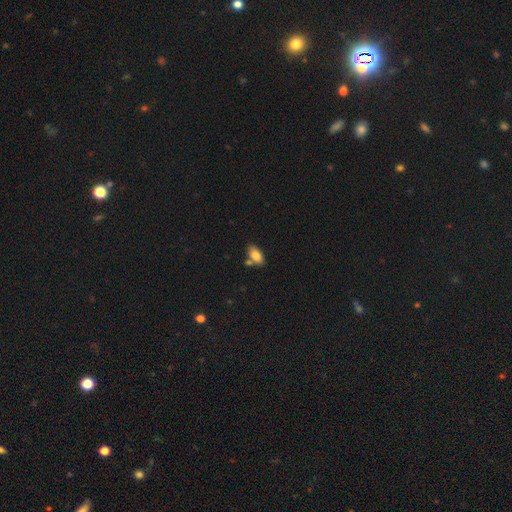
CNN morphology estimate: Q: Smooth or featured?
A: smooth (81%); runner-up: featured or disk (11%)
Q: How rounded?
A: in between (92%); runner-up: cigar-shaped (5%)
Q: Merging?
A: none (68%); runner-up: merger (16%)